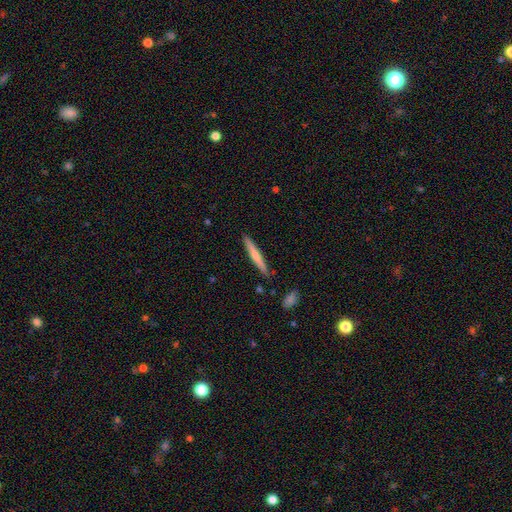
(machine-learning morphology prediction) This appears to be a smooth galaxy with no disk features (59%) that is cigar-shaped (95%). Merging: none (88%).